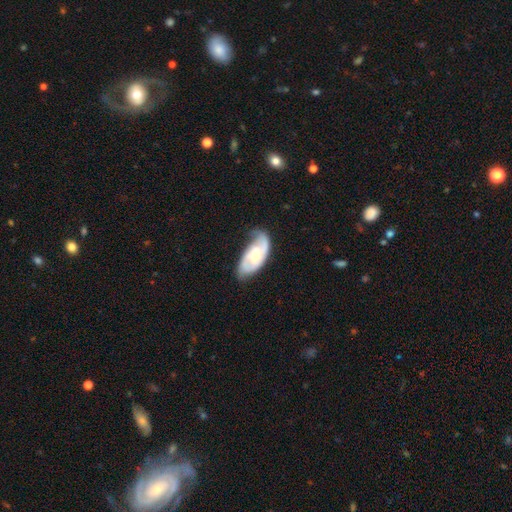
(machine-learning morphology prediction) Smooth or featured? Predicted: featured or disk (p=0.78). Edge-on disk? Predicted: no (p=0.94). Bar? Predicted: weak (p=0.44). Spiral arms? Predicted: yes (p=0.93). Spiral winding? Predicted: medium (p=0.45). Spiral arm count? Predicted: 2 (p=0.71). Bulge size? Predicted: moderate (p=0.58). Merging? Predicted: none (p=0.62).